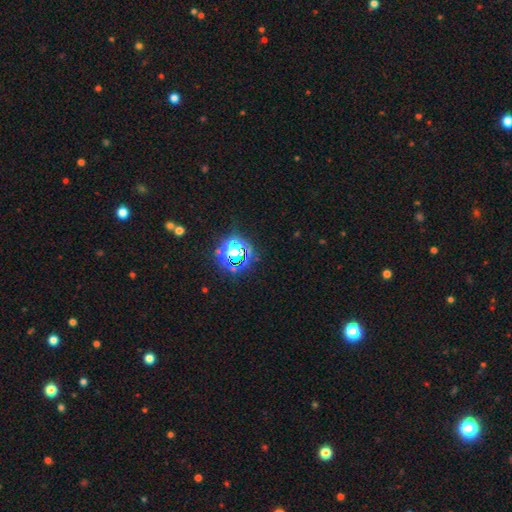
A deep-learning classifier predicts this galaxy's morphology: Smooth or featured?
  - star or artifact: 70% *
  - smooth: 23%
  - featured or disk: 8%